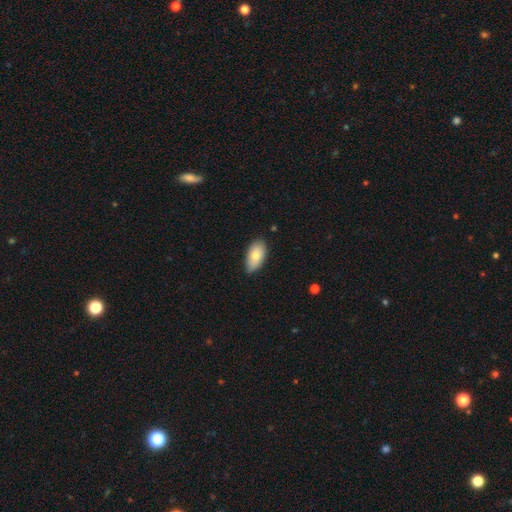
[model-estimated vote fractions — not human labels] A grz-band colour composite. It shows a smooth galaxy with no disk features (76%) that is in between round and cigar-shaped (93%). Merging: none (80%).